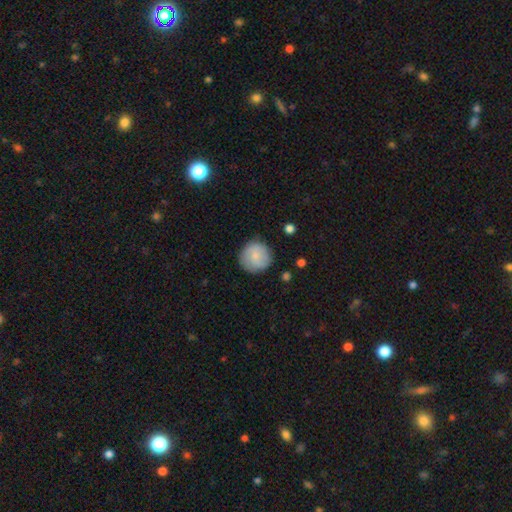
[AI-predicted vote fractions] This appears to be a smooth galaxy with no disk features (76%) that is round (94%). Merging: none (84%).